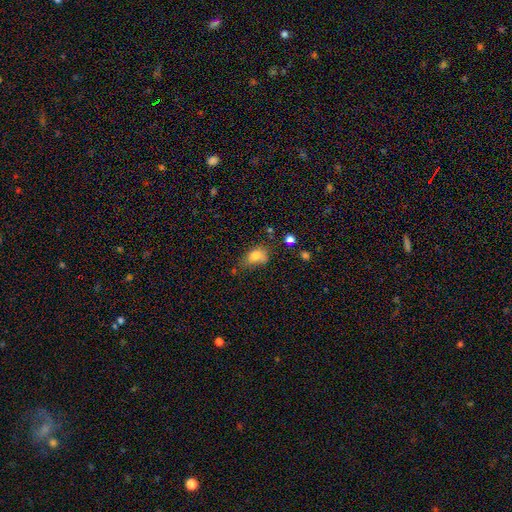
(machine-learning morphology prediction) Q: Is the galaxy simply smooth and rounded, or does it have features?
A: smooth — 78%.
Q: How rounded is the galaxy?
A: in between — 77%.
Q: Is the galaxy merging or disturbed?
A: none — 43%.